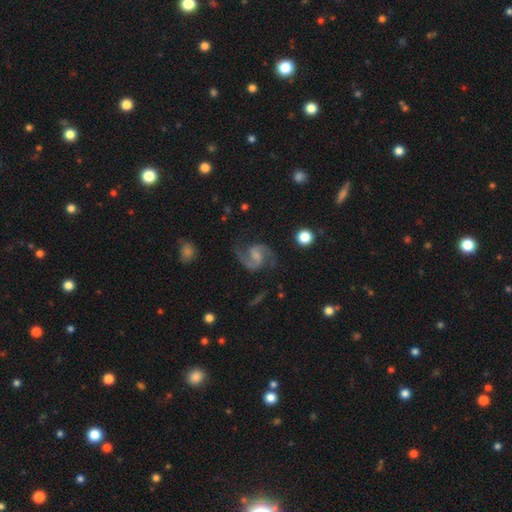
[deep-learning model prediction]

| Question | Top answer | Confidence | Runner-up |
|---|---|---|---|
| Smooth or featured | featured or disk | 90% | smooth (5%) |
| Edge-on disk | no | 98% | yes (2%) |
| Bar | weak | 51% | no (35%) |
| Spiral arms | yes | 98% | no (2%) |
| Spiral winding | medium | 58% | loose (30%) |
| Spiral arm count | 2 | 94% | can't tell (2%) |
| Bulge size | small | 36% | none (30%) |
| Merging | none | 76% | minor disturbance (14%) |